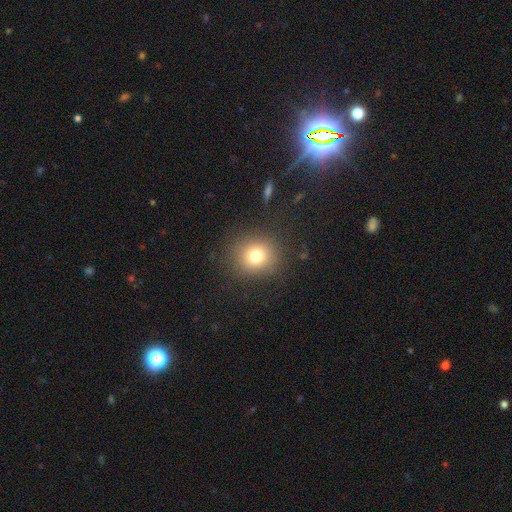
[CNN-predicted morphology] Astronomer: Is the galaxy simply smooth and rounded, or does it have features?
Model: smooth — 75%.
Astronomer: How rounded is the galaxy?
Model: round — 88%.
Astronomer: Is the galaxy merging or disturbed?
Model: none — 87%.